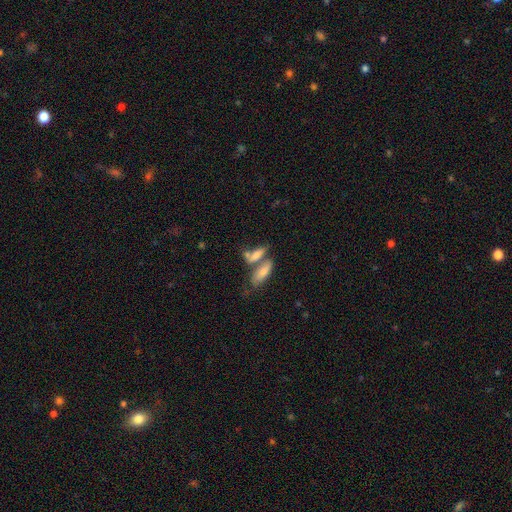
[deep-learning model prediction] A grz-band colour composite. It shows a smooth galaxy with no disk features (69%) that is in between round and cigar-shaped (63%). Merging: merger (51%).